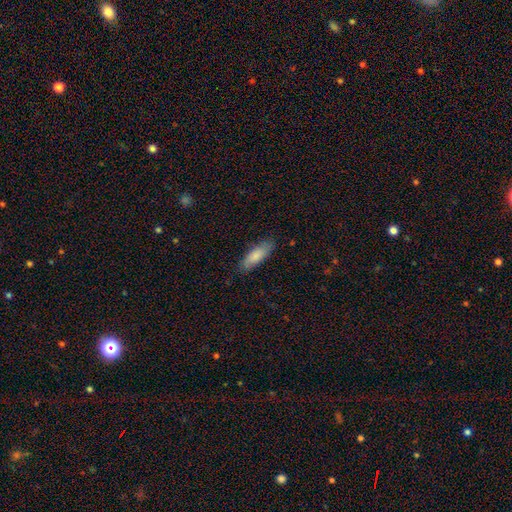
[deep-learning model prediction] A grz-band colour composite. It shows a smooth galaxy with no disk features (82%) that is in between round and cigar-shaped (55%). Merging: none (81%).